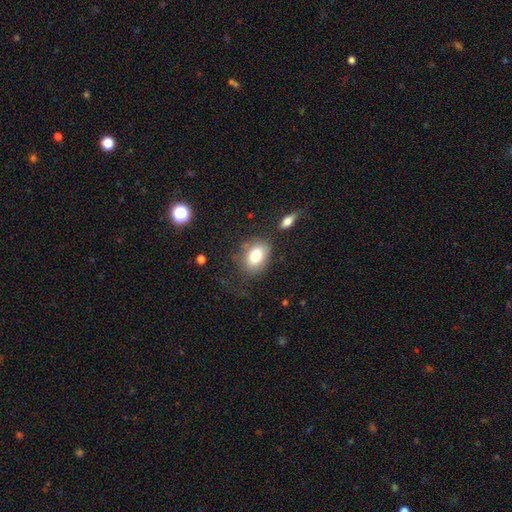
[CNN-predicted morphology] The model was most divided on "how rounded": in between: 65%, round: 34%, cigar-shaped: 1%. More confident: smooth or featured — smooth (78%); merging — none (66%).